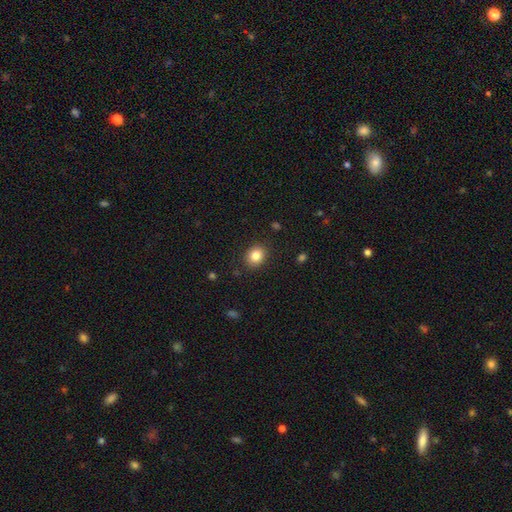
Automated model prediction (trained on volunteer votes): The model was most divided on "how rounded": round: 55%, in between: 44%, cigar-shaped: 1%. More confident: merging — none (88%); smooth or featured — smooth (85%).